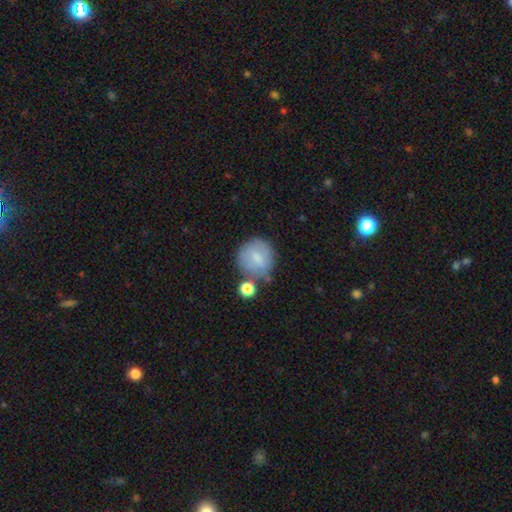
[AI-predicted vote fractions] A smooth galaxy with no disk features (72%) that is round (86%). Merging: none (61%).